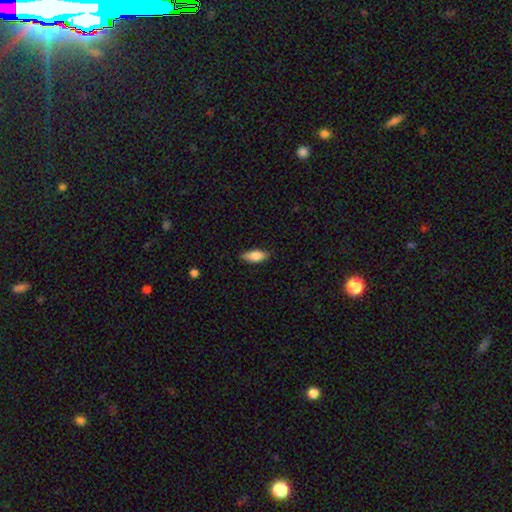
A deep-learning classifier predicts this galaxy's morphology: A smooth galaxy with no disk features (83%) that is in between round and cigar-shaped (82%).

Vote fractions:
- Smooth or featured? smooth: 83% / featured or disk: 10% / star or artifact: 6%
- How rounded? in between: 82% / cigar-shaped: 16% / round: 2%
- Merging? none: 79% / minor disturbance: 17% / major disturbance: 3% / merger: 1%